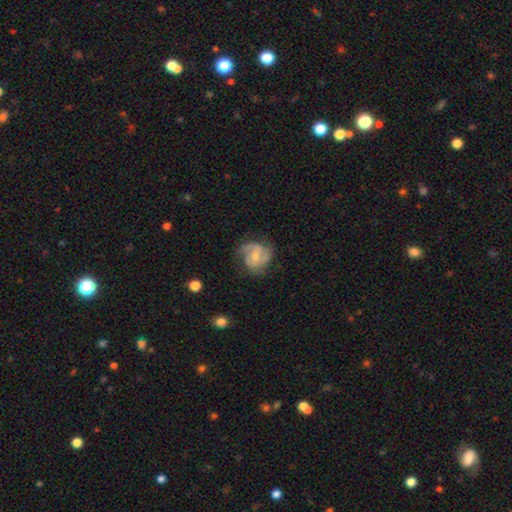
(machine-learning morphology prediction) This appears to be a featured or disk galaxy (73%) with no bar (51%), 2 (54%) medium (43%) spiral arms (90%) and a moderate central bulge (51%). Merging: none (57%).